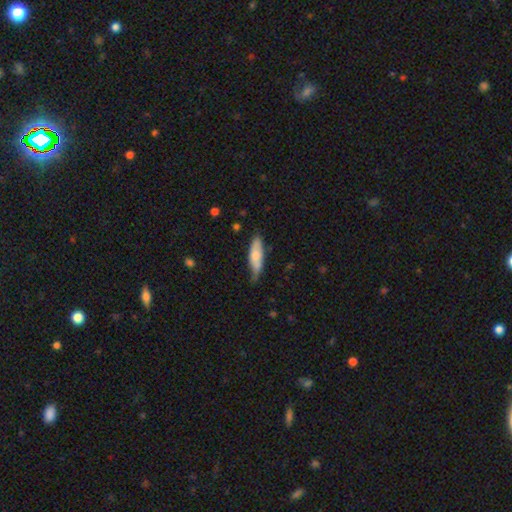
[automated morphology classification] Smooth or featured?
  - smooth: 68% *
  - featured or disk: 26%
  - star or artifact: 6%
How rounded?
  - in between: 49% * (tied)
  - cigar-shaped: 49% * (tied)
  - round: 2%
Merging?
  - none: 57% *
  - minor disturbance: 34%
  - major disturbance: 6%
  - merger: 3%